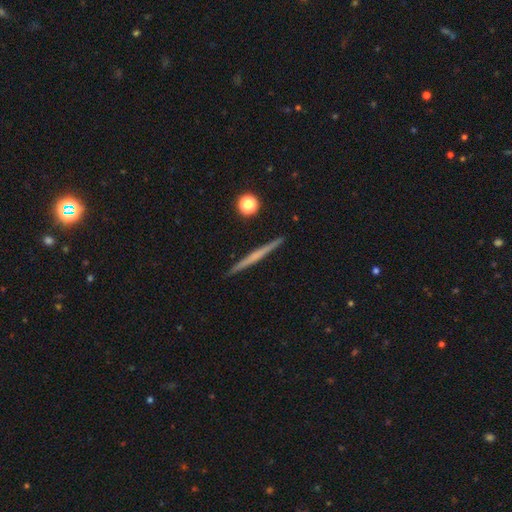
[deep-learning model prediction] Smooth or featured: featured or disk — 57% (smooth — 37%)
Edge-on disk: yes — 98% (no — 2%)
Edge-on bulge: none — 80% (rounded — 15%)
Merging: none — 92% (minor disturbance — 5%)